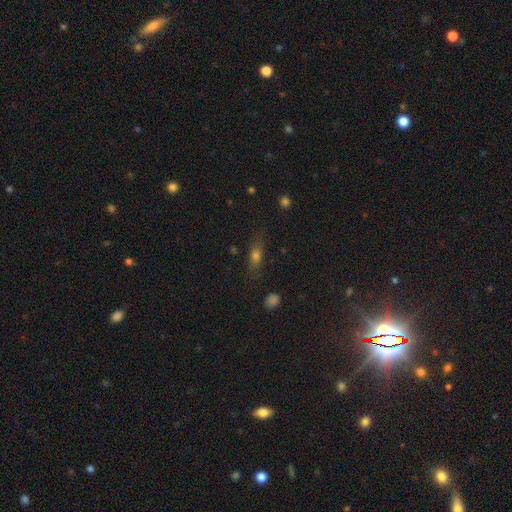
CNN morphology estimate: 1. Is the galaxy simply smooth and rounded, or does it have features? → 61% smooth, 24% featured or disk, 15% star or artifact.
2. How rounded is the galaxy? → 52% in between, 39% cigar-shaped, 9% round.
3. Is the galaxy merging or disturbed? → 75% none, 16% minor disturbance, 6% major disturbance, 2% merger.